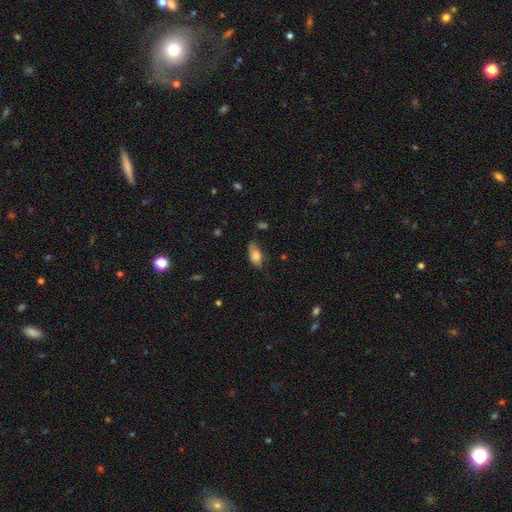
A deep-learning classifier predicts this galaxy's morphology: This appears to be a smooth galaxy with no disk features (79%) that is in between round and cigar-shaped (88%). Merging: none (57%).